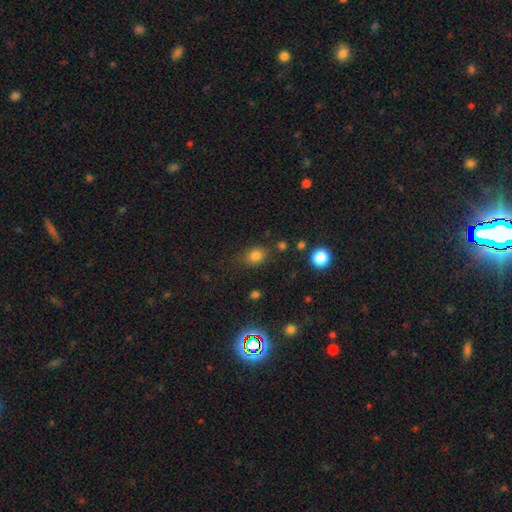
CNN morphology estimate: Smooth or featured? Predicted: smooth (p=0.80). How rounded? Predicted: in between (p=0.57). Merging? Predicted: none (p=0.75).